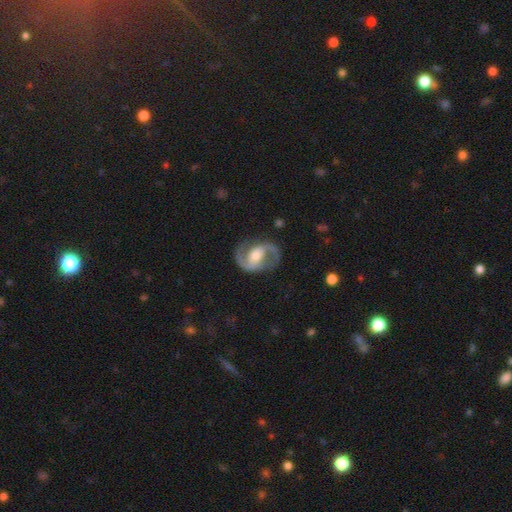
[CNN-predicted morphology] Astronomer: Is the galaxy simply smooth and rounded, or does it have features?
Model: featured or disk — 89%.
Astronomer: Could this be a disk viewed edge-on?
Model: no — 98%.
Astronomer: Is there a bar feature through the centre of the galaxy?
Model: weak — 41% (runner-up: no, 34%).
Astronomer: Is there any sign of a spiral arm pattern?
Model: yes — 96%.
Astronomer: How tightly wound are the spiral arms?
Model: medium — 60%.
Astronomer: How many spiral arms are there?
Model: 2 — 93%.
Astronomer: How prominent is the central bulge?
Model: moderate — 57%.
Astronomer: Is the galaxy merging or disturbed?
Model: none — 80%.